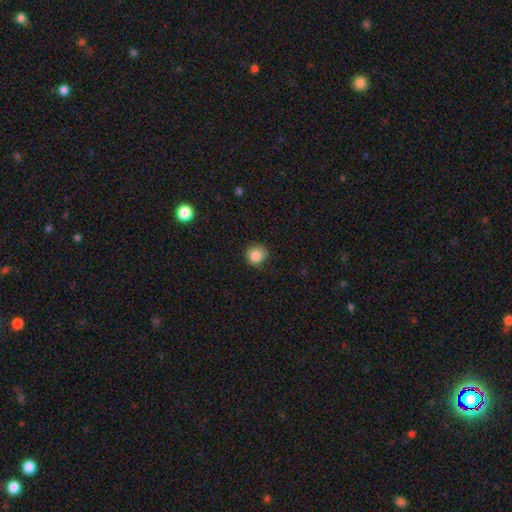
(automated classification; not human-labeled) smooth 85%, star or artifact 10%, featured or disk 5%. Down the decision tree: how rounded — round (89%); merging — none (80%).